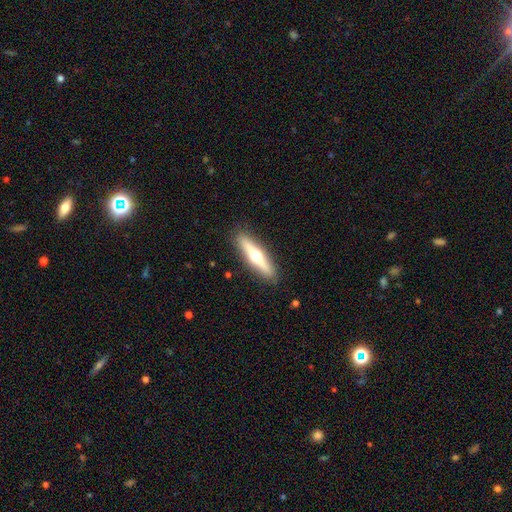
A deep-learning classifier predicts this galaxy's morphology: Smooth or featured: featured or disk — 62% (smooth — 33%)
Edge-on disk: yes — 94% (no — 6%)
Edge-on bulge: rounded — 96% (none — 2%)
Merging: none — 90% (minor disturbance — 7%)